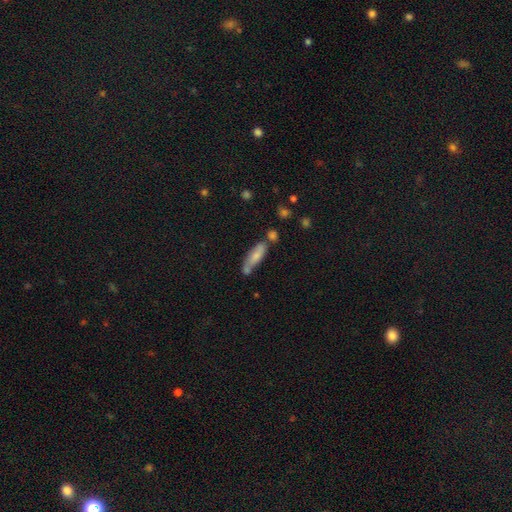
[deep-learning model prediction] Smooth or featured?
  - smooth: 66% *
  - featured or disk: 26%
  - star or artifact: 7%
How rounded?
  - cigar-shaped: 55% *
  - in between: 43%
  - round: 2%
Merging?
  - none: 51% *
  - merger: 22%
  - minor disturbance: 21%
  - major disturbance: 7%